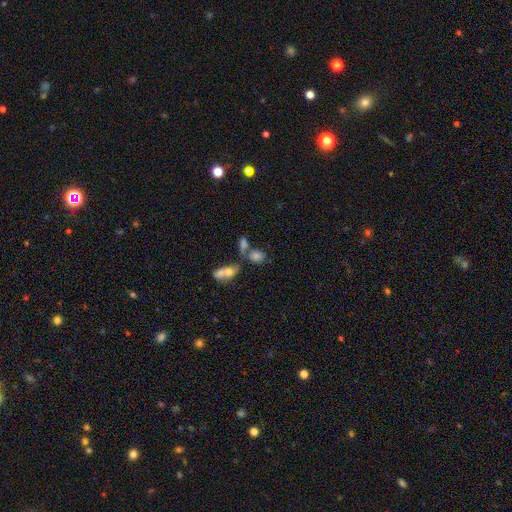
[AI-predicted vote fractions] Smooth or featured? smooth (73%)
How rounded? in between (69%)
Merging? none (41%)